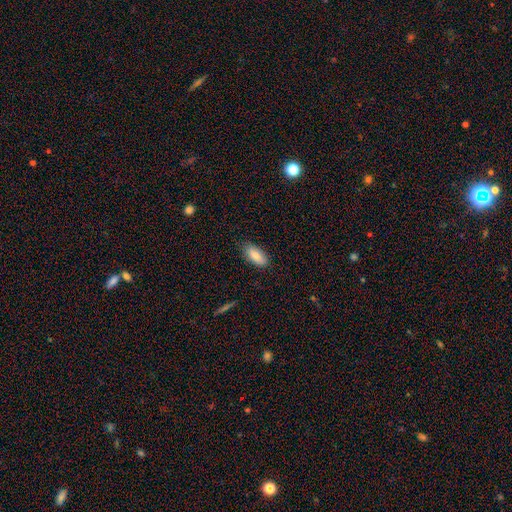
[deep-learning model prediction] A smooth galaxy with no disk features (82%) that is in between round and cigar-shaped (89%).

Vote fractions:
- Smooth or featured? smooth: 82% / featured or disk: 12% / star or artifact: 7%
- How rounded? in between: 89% / cigar-shaped: 9% / round: 2%
- Merging? none: 83% / minor disturbance: 13% / major disturbance: 2% / merger: 1%